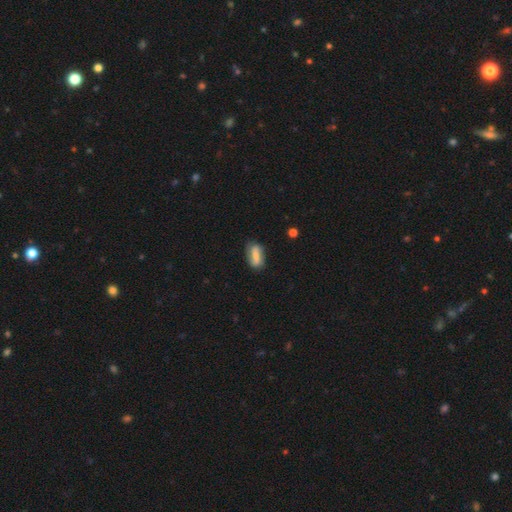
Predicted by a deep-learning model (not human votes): The model was most divided on "smooth or featured": smooth: 53%, featured or disk: 39%, star or artifact: 8%. More confident: how rounded — in between (82%); merging — none (73%).